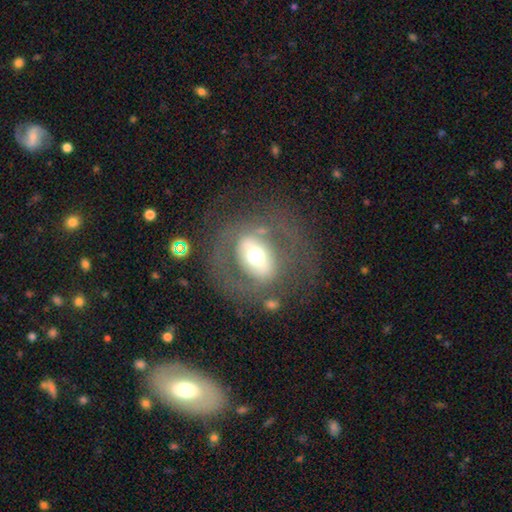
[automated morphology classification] Smooth or featured: featured or disk — 57% (smooth — 34%)
Edge-on disk: no — 91% (yes — 9%)
Bar: strong — 39% (no — 34%)
Spiral arms: no — 71% (yes — 29%)
Bulge size: moderate — 60% (large — 25%)
Merging: none — 68% (major disturbance — 15%)